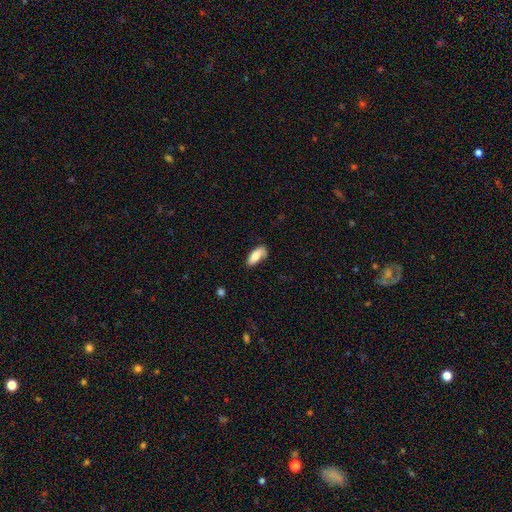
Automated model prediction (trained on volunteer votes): Smooth or featured? Predicted: smooth (p=0.81). How rounded? Predicted: in between (p=0.83). Merging? Predicted: none (p=0.67).